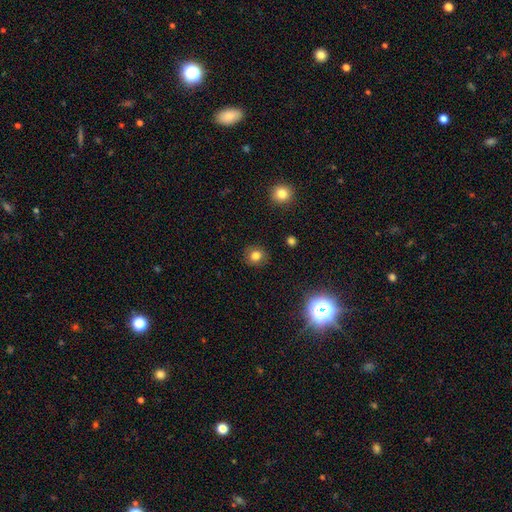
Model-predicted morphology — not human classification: smooth 79%, star or artifact 14%, featured or disk 7%. Down the decision tree: how rounded — round (83%); merging — none (89%).